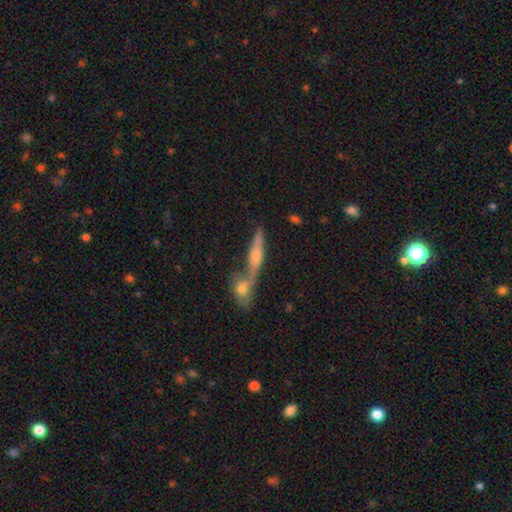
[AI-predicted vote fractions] A featured or disk galaxy (57%) viewed edge-on (84%).

Vote fractions:
- Smooth or featured? featured or disk: 57% / smooth: 33% / star or artifact: 10%
- Edge-on disk? yes: 84% / no: 16%
- Merging? merger: 49% / none: 37% / minor disturbance: 8% / major disturbance: 5%